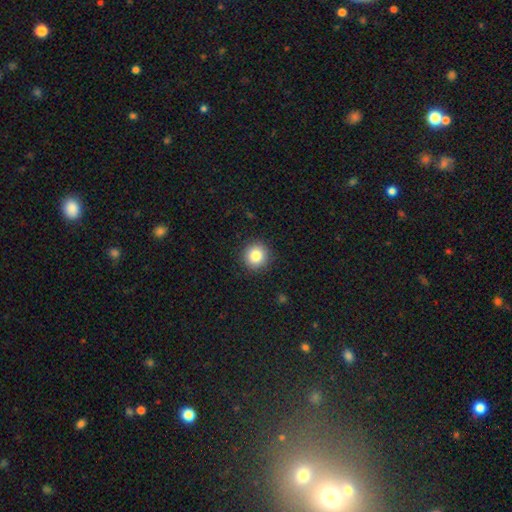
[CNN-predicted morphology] smooth_or_featured: smooth (p=0.84) [alt: star or artifact p=0.10]
how_rounded: round (p=0.93) [alt: in between p=0.06]
merging: none (p=0.91) [alt: minor disturbance p=0.06]